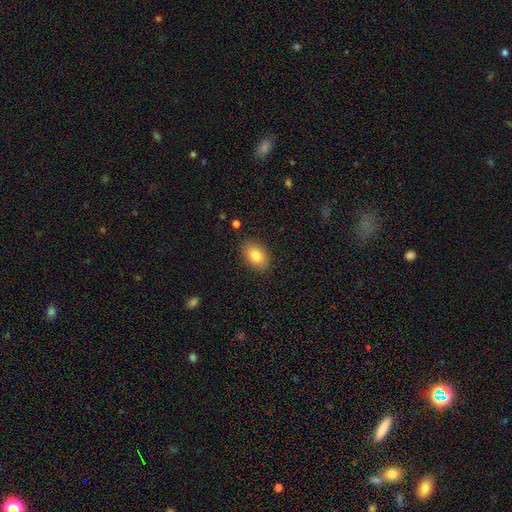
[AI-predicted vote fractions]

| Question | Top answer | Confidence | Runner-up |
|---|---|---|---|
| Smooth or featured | smooth | 82% | featured or disk (10%) |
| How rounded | in between | 84% | round (15%) |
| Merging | none | 87% | minor disturbance (9%) |